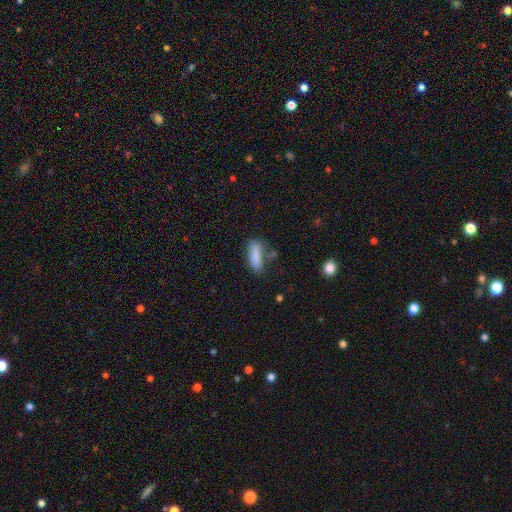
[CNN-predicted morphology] Q: Smooth or featured?
A: smooth (83%); runner-up: featured or disk (9%)
Q: How rounded?
A: in between (54%); runner-up: cigar-shaped (43%)
Q: Merging?
A: none (59%); runner-up: minor disturbance (23%)